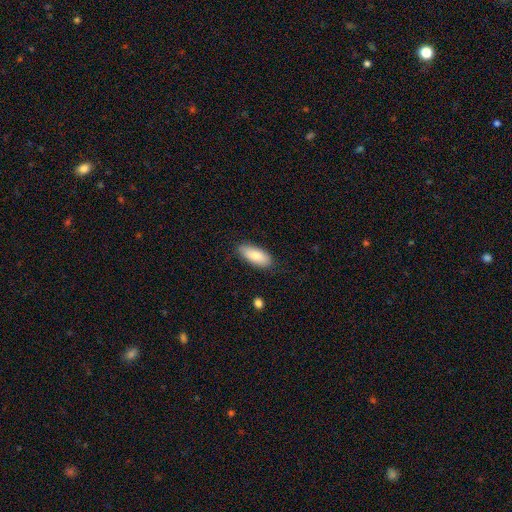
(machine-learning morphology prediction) A smooth galaxy with no disk features (82%) that is in between round and cigar-shaped (85%).

Vote fractions:
- Smooth or featured? smooth: 82% / featured or disk: 12% / star or artifact: 6%
- How rounded? in between: 85% / cigar-shaped: 13% / round: 2%
- Merging? none: 84% / minor disturbance: 13% / major disturbance: 2% / merger: 1%